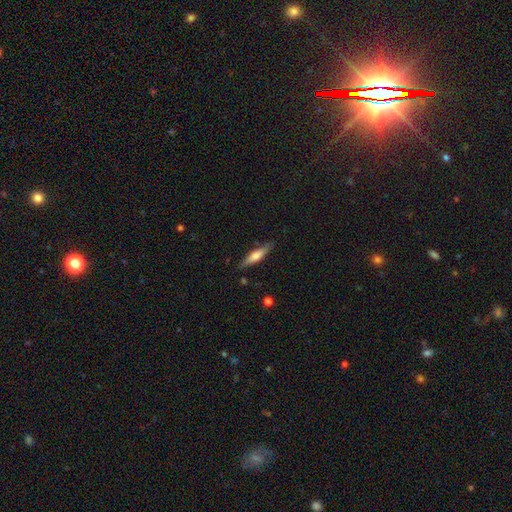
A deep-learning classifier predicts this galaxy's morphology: A featured or disk galaxy (49%). Merging: none (85%).